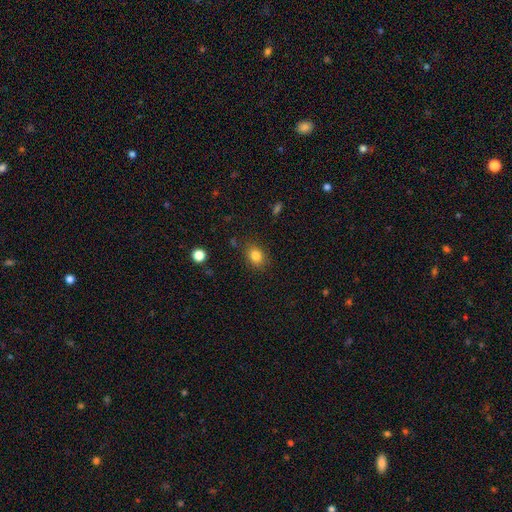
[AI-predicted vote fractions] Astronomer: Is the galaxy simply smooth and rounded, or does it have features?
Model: smooth — 83%.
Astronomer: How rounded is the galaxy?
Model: in between — 54% (runner-up: round, 45%).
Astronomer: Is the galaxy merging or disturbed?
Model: none — 84%.